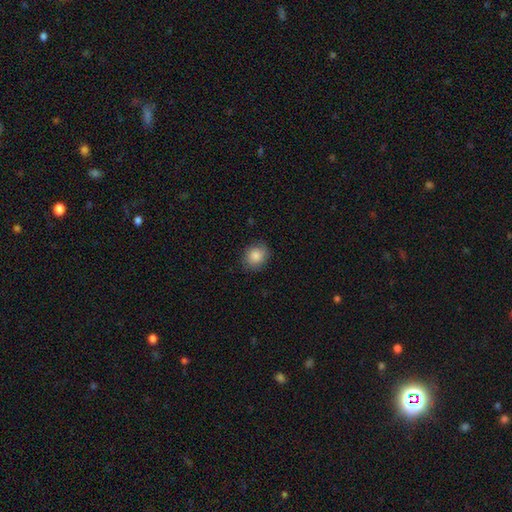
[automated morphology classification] The model was most divided on "how rounded": round: 72%, in between: 27%, cigar-shaped: 1%. More confident: smooth or featured — smooth (86%); merging — none (85%).